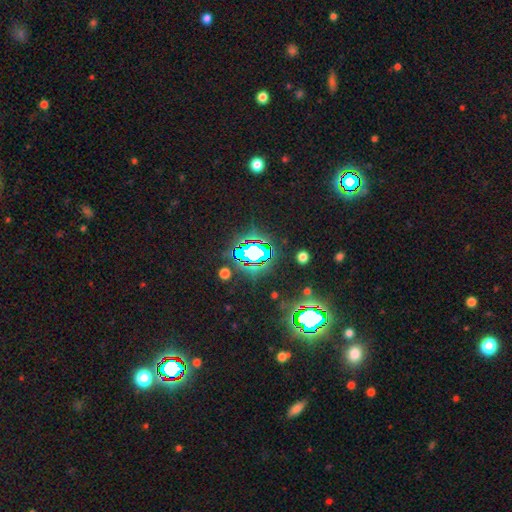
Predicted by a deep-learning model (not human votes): Q: Smooth or featured?
A: star or artifact (80%); runner-up: smooth (12%)